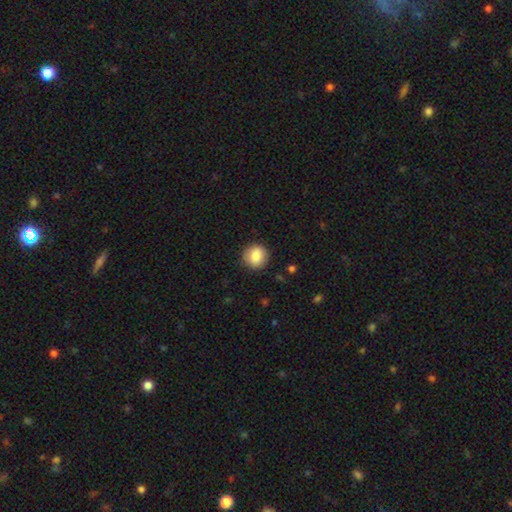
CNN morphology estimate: Q: Smooth or featured?
A: smooth (85%); runner-up: star or artifact (8%)
Q: How rounded?
A: round (86%); runner-up: in between (13%)
Q: Merging?
A: none (87%); runner-up: minor disturbance (9%)